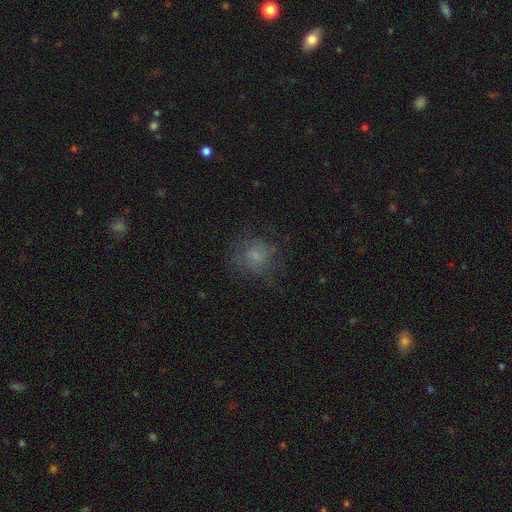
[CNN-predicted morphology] Smooth or featured? Predicted: smooth (p=0.64). How rounded? Predicted: round (p=0.82). Merging? Predicted: none (p=0.65).